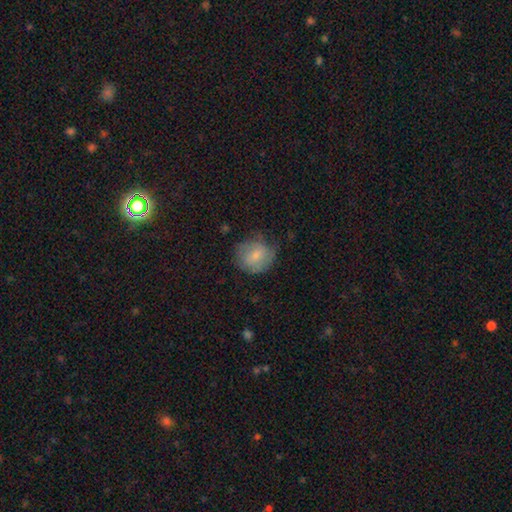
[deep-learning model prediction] smooth 68%, featured or disk 24%, star or artifact 7%. Down the decision tree: how rounded — round (79%); merging — none (57%).